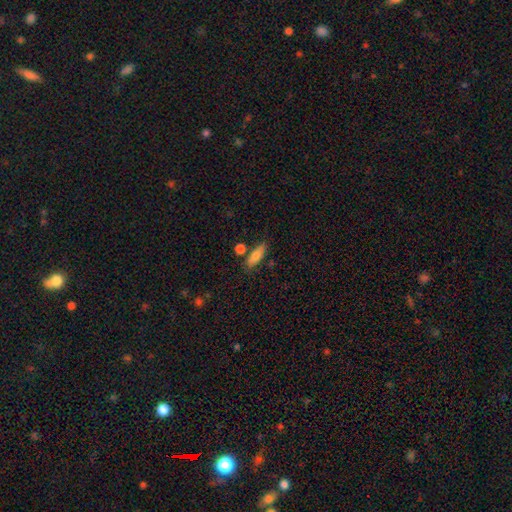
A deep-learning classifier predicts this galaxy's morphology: A smooth galaxy with no disk features (77%) that is in between round and cigar-shaped (56%).

Vote fractions:
- Smooth or featured? smooth: 77% / featured or disk: 16% / star or artifact: 7%
- How rounded? in between: 56% / cigar-shaped: 40% / round: 4%
- Merging? none: 72% / minor disturbance: 14% / merger: 11% / major disturbance: 4%